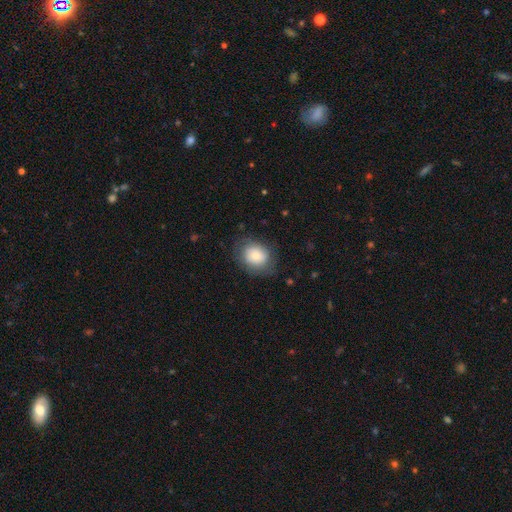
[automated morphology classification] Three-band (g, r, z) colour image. It shows a smooth galaxy with no disk features (82%) that is round (52%). Merging: none (74%).